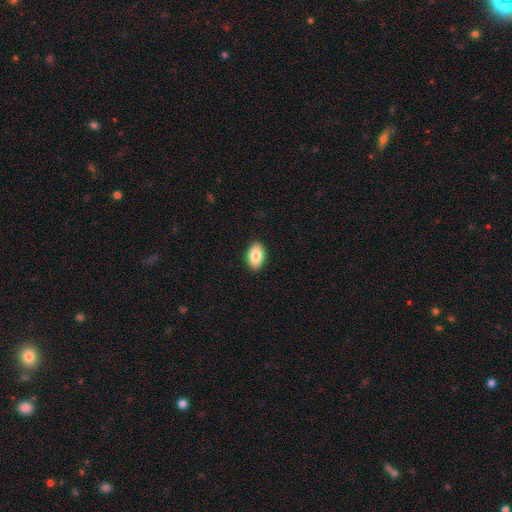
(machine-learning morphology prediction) Smooth or featured? smooth (84%)
How rounded? in between (90%)
Merging? none (90%)